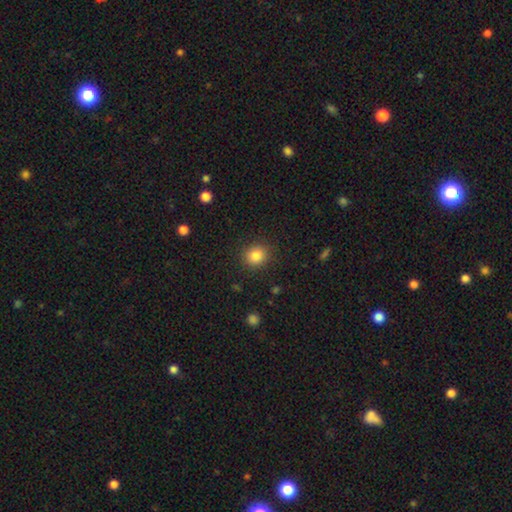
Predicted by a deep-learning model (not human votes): Smooth or featured? Predicted: smooth (p=0.84). How rounded? Predicted: round (p=0.83). Merging? Predicted: none (p=0.88).